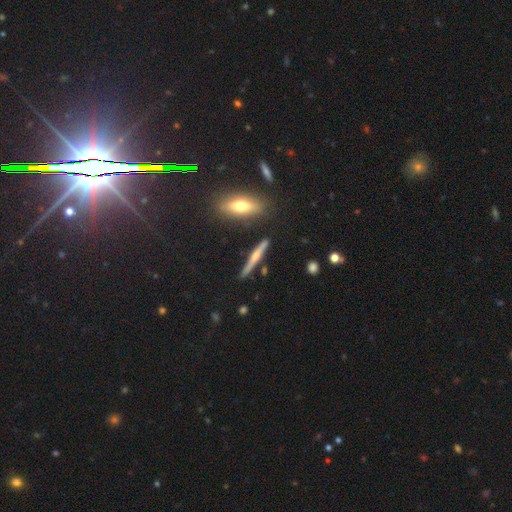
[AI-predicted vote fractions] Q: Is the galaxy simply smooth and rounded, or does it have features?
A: featured or disk — 59%.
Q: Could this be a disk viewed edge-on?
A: yes — 96%.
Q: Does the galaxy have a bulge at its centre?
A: rounded — 73%.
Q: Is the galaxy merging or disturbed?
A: none — 83%.